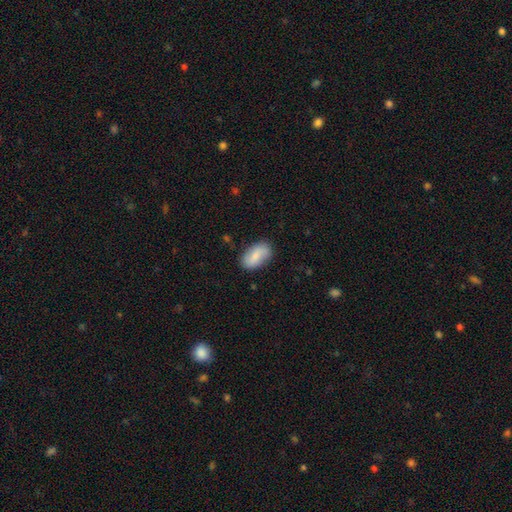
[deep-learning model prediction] smooth-or-featured: smooth: 77% | featured or disk: 17% | star or artifact: 6%
  how-rounded: in between: 93% | round: 4% | cigar-shaped: 2%
  merging: none: 81% | minor disturbance: 14% | major disturbance: 3% | merger: 1%